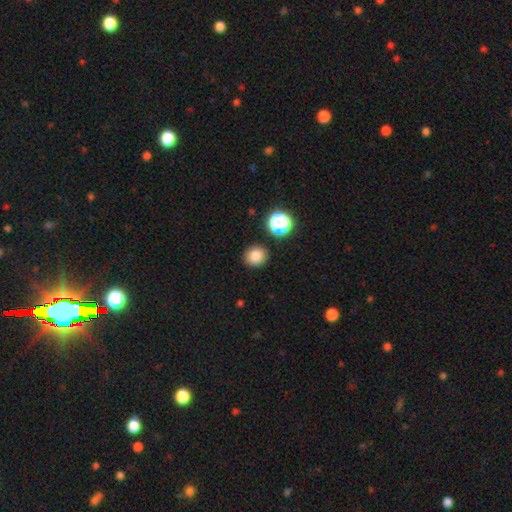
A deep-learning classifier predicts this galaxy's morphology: Smooth or featured? smooth (82%)
How rounded? round (83%)
Merging? none (87%)